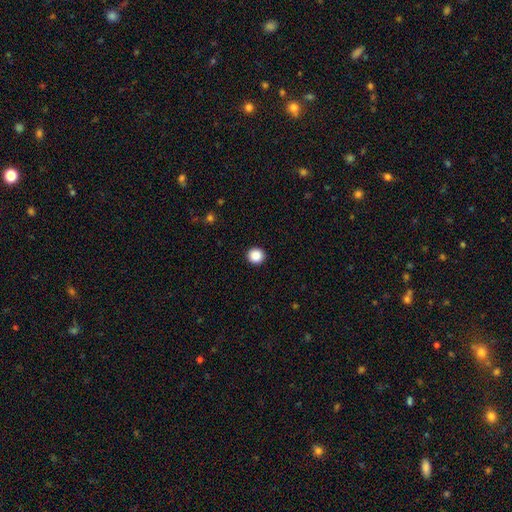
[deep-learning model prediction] Q: Smooth or featured?
A: smooth (88%); runner-up: star or artifact (10%)
Q: How rounded?
A: round (95%); runner-up: in between (4%)
Q: Merging?
A: none (94%); runner-up: minor disturbance (4%)